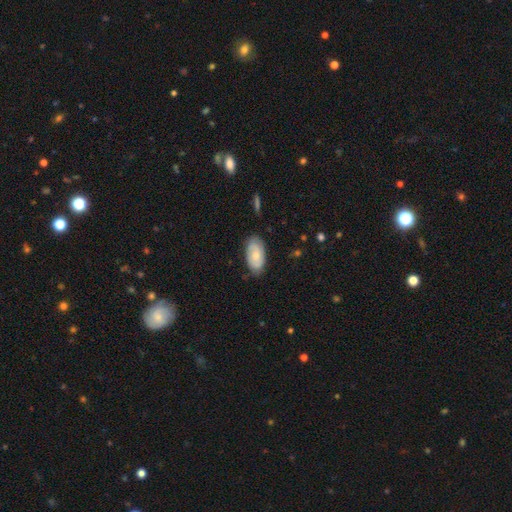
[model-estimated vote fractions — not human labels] smooth_or_featured: smooth (p=0.58) [alt: featured or disk p=0.36]
how_rounded: in between (p=0.94) [alt: round p=0.03]
merging: none (p=0.76) [alt: minor disturbance p=0.19]